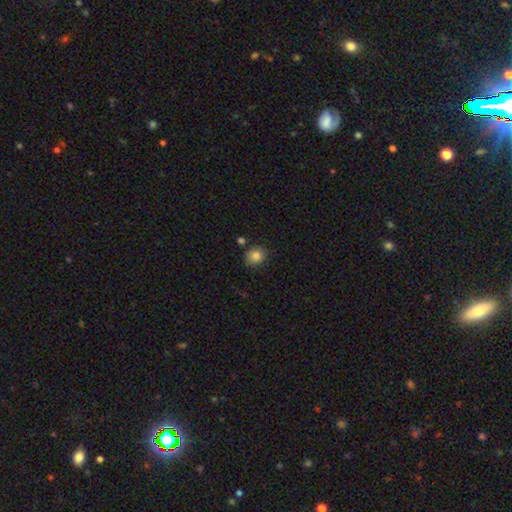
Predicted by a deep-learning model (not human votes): This appears to be a smooth galaxy with no disk features (86%) that is round (69%). Merging: none (73%).